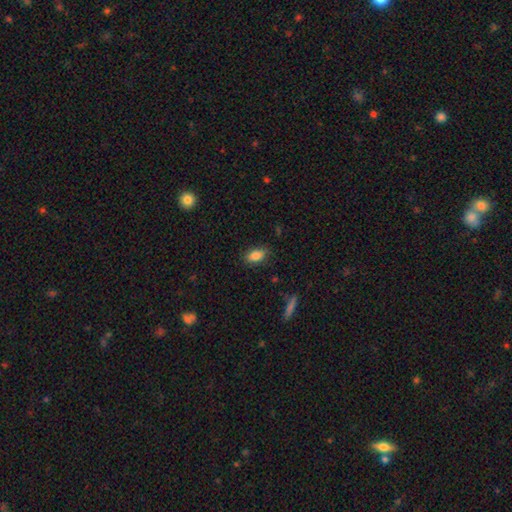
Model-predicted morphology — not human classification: Overall: smooth (84%). How rounded: in between (88%). Merging: none (83%).